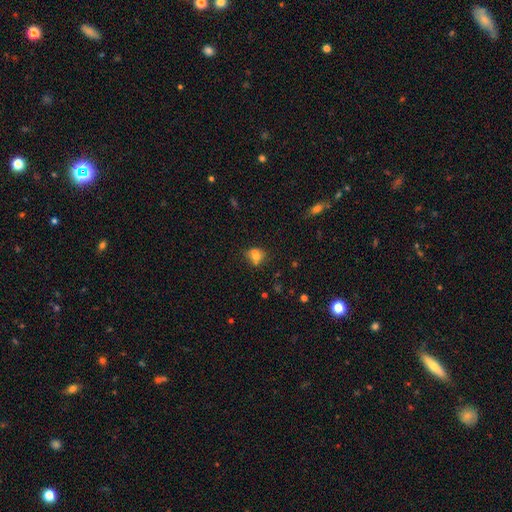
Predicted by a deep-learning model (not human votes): Smooth or featured? Predicted: smooth (p=0.67). How rounded? Predicted: round (p=0.70). Merging? Predicted: merger (p=0.41, tied with none).